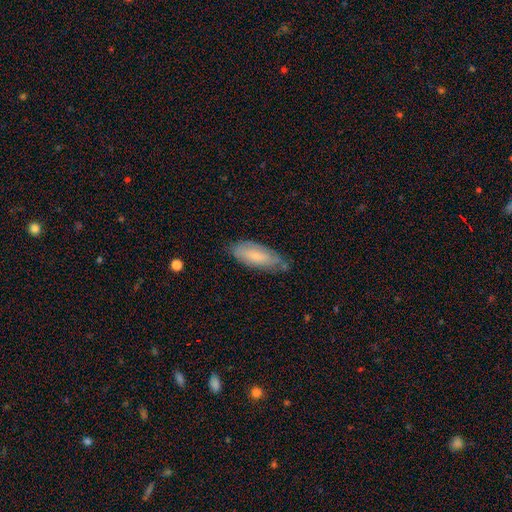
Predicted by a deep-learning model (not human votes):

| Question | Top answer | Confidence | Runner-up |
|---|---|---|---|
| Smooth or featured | smooth | 72% | featured or disk (22%) |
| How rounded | in between | 72% | cigar-shaped (26%) |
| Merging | none | 67% | minor disturbance (26%) |